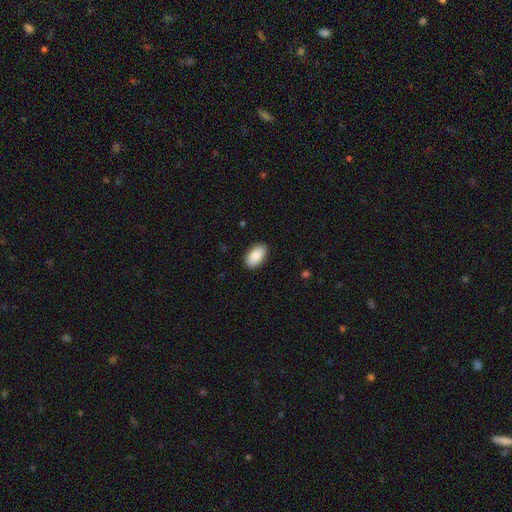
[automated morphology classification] smooth-or-featured: smooth: 88% | featured or disk: 6% | star or artifact: 6%
  how-rounded: in between: 95% | round: 3% | cigar-shaped: 2%
  merging: none: 88% | minor disturbance: 9% | major disturbance: 2% | merger: 1%